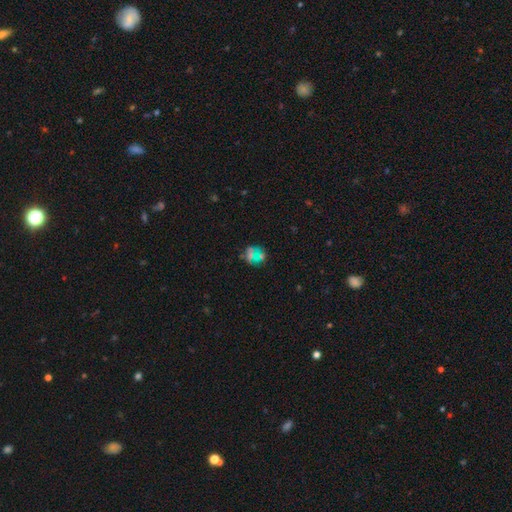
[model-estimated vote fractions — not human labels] smooth_or_featured: smooth (p=0.47) [alt: star or artifact p=0.32]
merging: none (p=0.69) [alt: minor disturbance p=0.13]